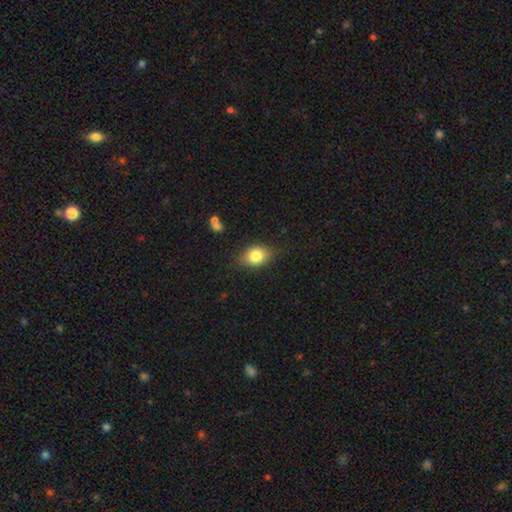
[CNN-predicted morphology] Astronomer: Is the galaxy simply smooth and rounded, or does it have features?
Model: smooth — 80%.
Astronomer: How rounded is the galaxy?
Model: in between — 65%.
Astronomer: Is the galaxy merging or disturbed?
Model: none — 78%.